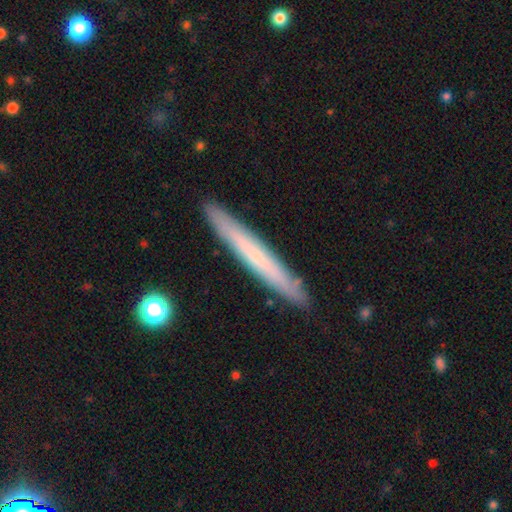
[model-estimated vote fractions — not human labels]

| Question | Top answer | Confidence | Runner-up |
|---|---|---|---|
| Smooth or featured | smooth | 54% | featured or disk (41%) |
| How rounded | cigar-shaped | 97% | in between (2%) |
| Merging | none | 91% | minor disturbance (7%) |